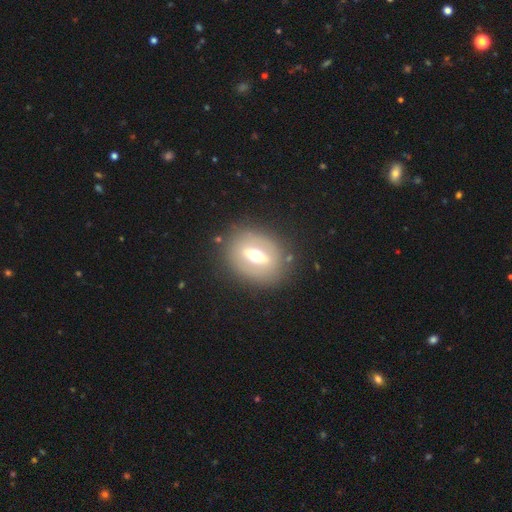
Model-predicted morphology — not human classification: Smooth or featured: featured or disk — 61% (smooth — 31%)
Edge-on disk: no — 68% (yes — 32%)
Merging: none — 82% (minor disturbance — 11%)